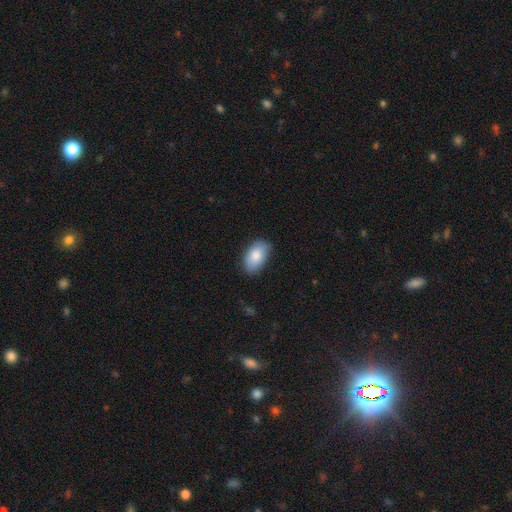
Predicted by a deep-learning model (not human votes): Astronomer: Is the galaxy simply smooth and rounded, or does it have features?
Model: smooth — 84%.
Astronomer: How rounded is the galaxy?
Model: in between — 94%.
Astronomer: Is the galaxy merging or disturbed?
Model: none — 81%.